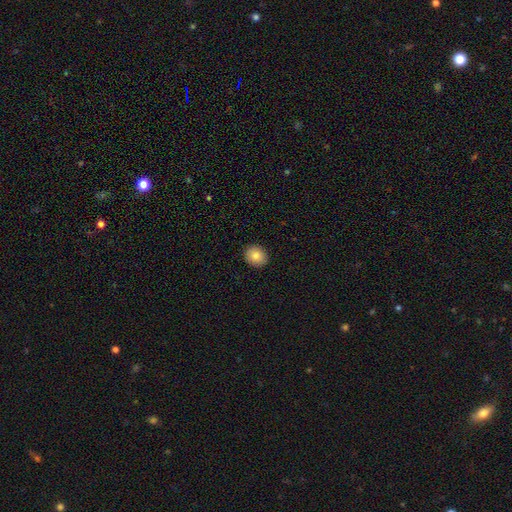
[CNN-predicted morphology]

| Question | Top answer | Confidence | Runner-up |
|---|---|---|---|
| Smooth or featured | smooth | 84% | star or artifact (9%) |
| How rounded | round | 66% | in between (33%) |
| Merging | none | 91% | minor disturbance (6%) |